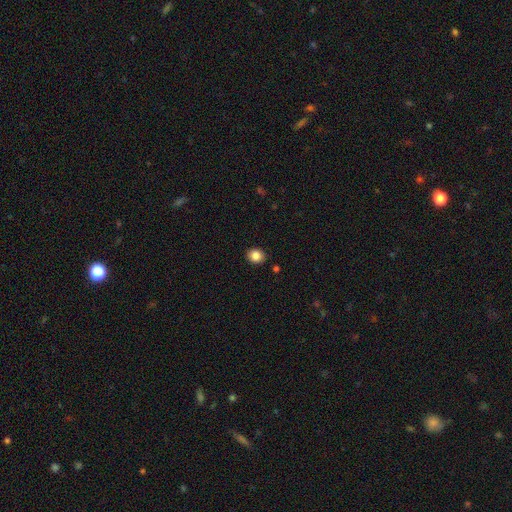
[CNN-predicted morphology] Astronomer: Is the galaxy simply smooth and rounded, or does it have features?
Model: smooth — 86%.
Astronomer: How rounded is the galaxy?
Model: round — 69%.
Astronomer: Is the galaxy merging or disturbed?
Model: none — 90%.